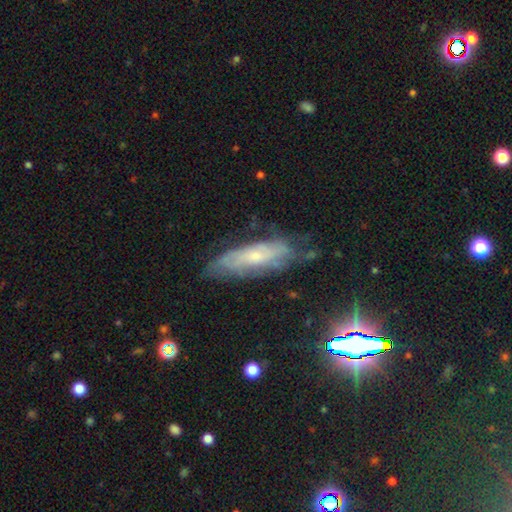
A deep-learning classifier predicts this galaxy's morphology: type=featured or disk (62%); edge-on=no (73%); merging=none (65%).